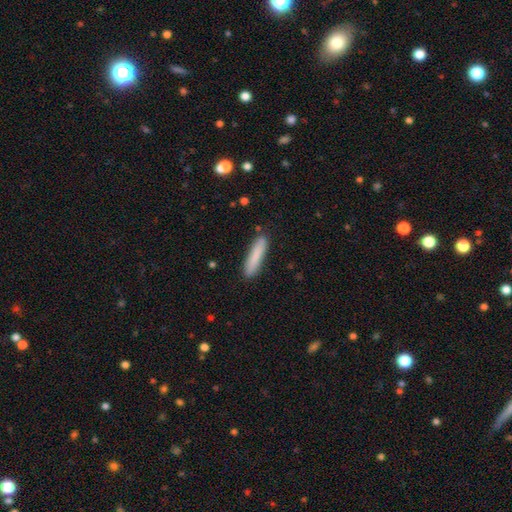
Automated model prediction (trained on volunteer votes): Smooth or featured?
  - smooth: 84% *
  - featured or disk: 10%
  - star or artifact: 7%
How rounded?
  - cigar-shaped: 87% *
  - in between: 12%
  - round: 1%
Merging?
  - none: 87% *
  - minor disturbance: 10%
  - major disturbance: 2%
  - merger: 2%